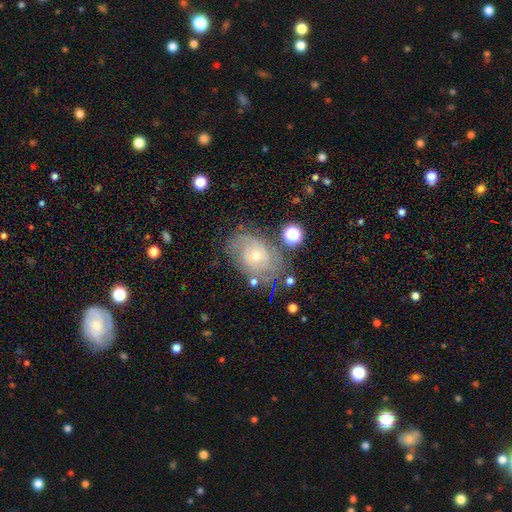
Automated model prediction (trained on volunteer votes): smooth-or-featured: featured or disk: 75% | smooth: 16% | star or artifact: 9%
  disk-edge-on: no: 96% | yes: 4%
    bar: no: 76% | weak: 21% | strong: 4%
    has-spiral-arms: yes: 88% | no: 12%
      spiral-winding: tight: 62% | medium: 29% | loose: 9%
      spiral-arm-count: can't tell: 42% | 2: 32% | 3: 12% | 4: 5% | 1: 5% | more than 4: 4%
    bulge-size: small: 60% | moderate: 36% | large: 1% | none: 1% | dominant: 1%
  merging: none: 66% | minor disturbance: 20% | major disturbance: 10% | merger: 4%